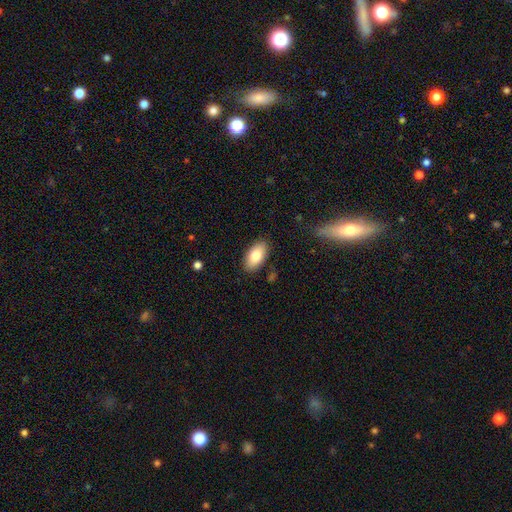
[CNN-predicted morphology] A smooth galaxy with no disk features (81%) that is in between round and cigar-shaped (93%). Merging: none (87%).